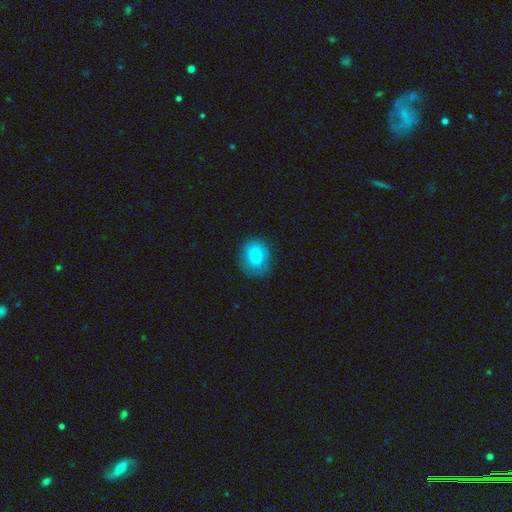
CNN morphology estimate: Smooth or featured? smooth (83%)
How rounded? round (59%)
Merging? none (76%)